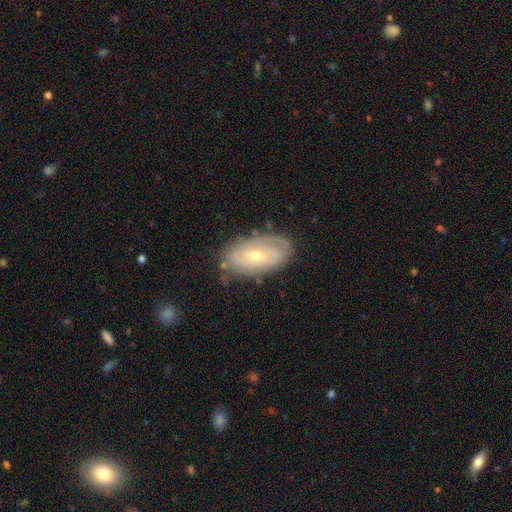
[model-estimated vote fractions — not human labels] This is likely a featured or disk galaxy (65%). It is clearly not viewed edge-on (92%). Bar: likely no (60%). Spiral arm pattern: likely yes (74%). Central bulge: possibly small (57%). Merging: likely none (71%).